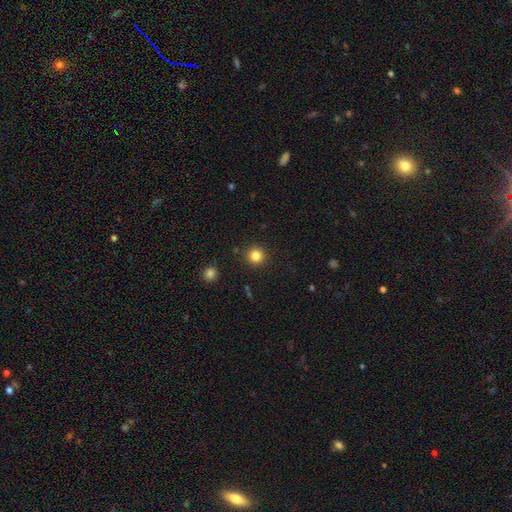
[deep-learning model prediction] Q: Smooth or featured?
A: smooth (83%); runner-up: star or artifact (12%)
Q: How rounded?
A: round (95%); runner-up: in between (5%)
Q: Merging?
A: none (91%); runner-up: minor disturbance (5%)